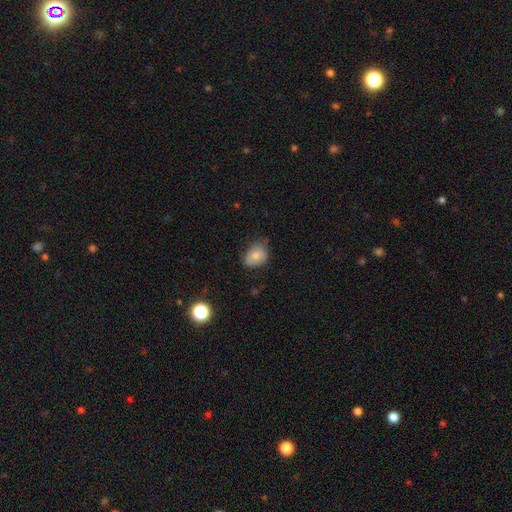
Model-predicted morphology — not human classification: Overall: smooth (78%). How rounded: in between (73%). Merging: none (58%; minor disturbance 34%).